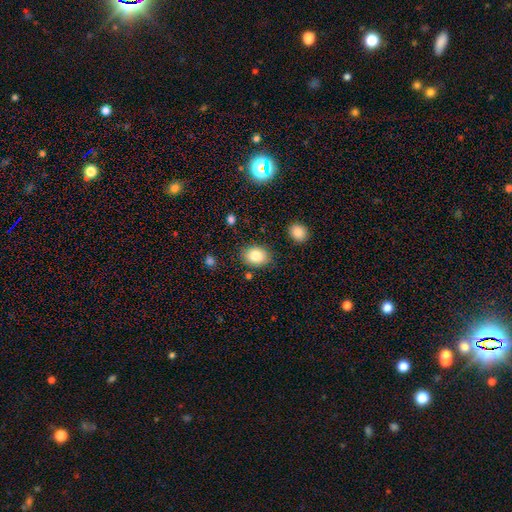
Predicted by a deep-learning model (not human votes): smooth-or-featured: smooth: 84% | star or artifact: 9% | featured or disk: 8%
  how-rounded: in between: 59% | round: 40% | cigar-shaped: 1%
  merging: none: 83% | minor disturbance: 11% | major disturbance: 3% | merger: 3%